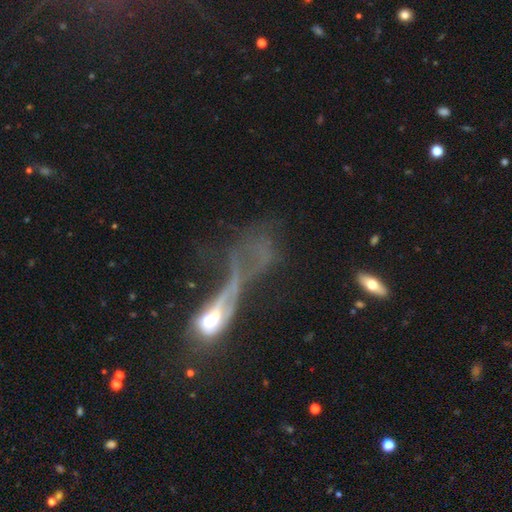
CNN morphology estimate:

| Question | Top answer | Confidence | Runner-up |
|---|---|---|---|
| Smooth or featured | featured or disk | 44% | smooth (32%) |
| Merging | major disturbance | 51% | merger (21%) |